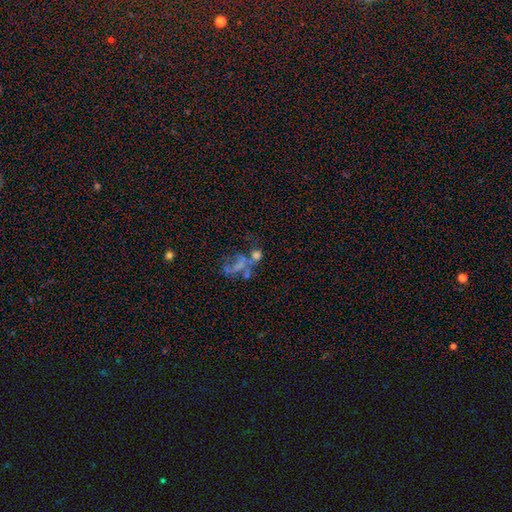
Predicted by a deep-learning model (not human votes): A smooth galaxy with no disk features (38%).

Vote fractions:
- Smooth or featured? smooth: 38% / featured or disk: 34% / star or artifact: 28%
- Merging? merger: 34% / none: 27% / major disturbance: 27% / minor disturbance: 12%